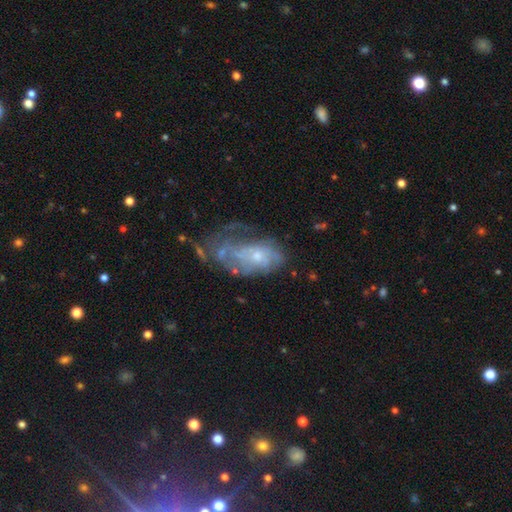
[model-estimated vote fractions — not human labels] A featured or disk galaxy (63%) with no bar (80%), no spiral arms (54%) and a small central bulge (55%). Merging: major disturbance (41%).